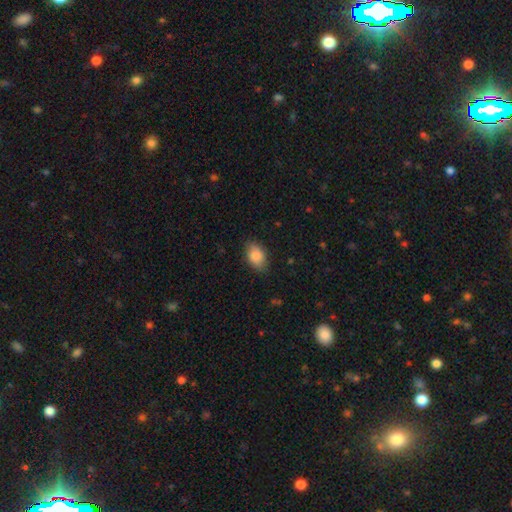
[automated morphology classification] Overall: smooth (86%). How rounded: in between (87%). Merging: none (82%).